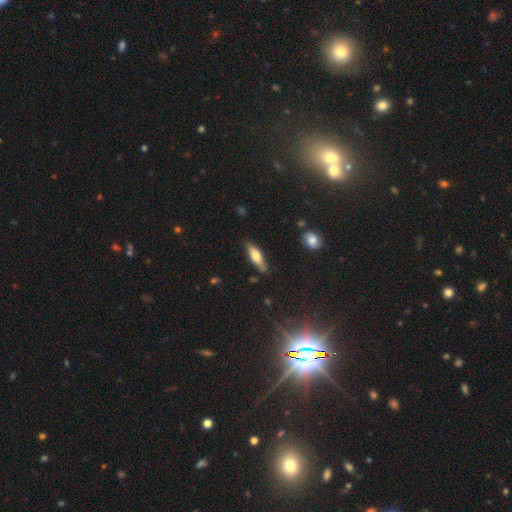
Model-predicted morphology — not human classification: smooth_or_featured: smooth (p=0.66) [alt: featured or disk p=0.28]
how_rounded: cigar-shaped (p=0.50) [alt: in between p=0.48]
merging: none (p=0.78) [alt: minor disturbance p=0.17]